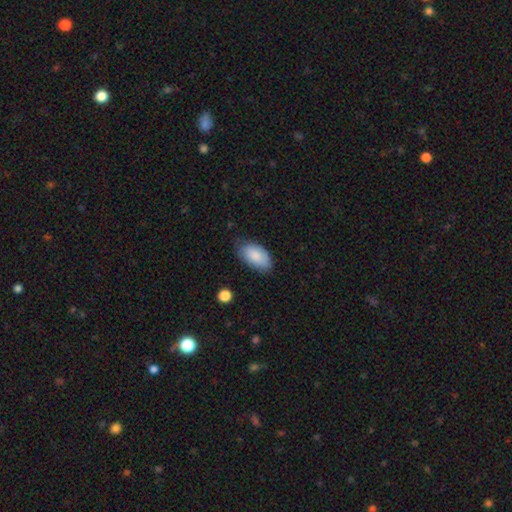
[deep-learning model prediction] Morphology: type=smooth (86%); roundness=in between (95%); merging=none (73%).